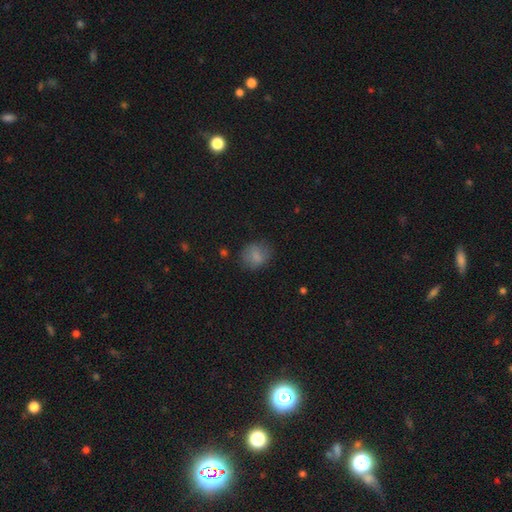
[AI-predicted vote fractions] Overall: smooth (78%). How rounded: round (61%; in between 38%). Merging: none (72%).